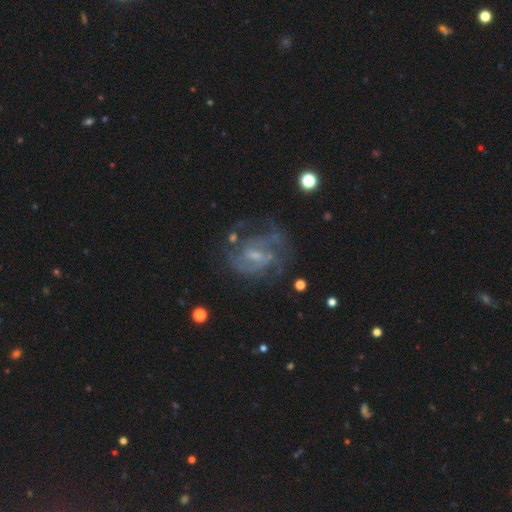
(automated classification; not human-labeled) This is likely a featured or disk galaxy (80%). It is clearly not viewed edge-on (97%). Bar: possibly weak (56%). Spiral arm pattern: clearly yes (86%). Spiral arm count: marginally can't tell (35%). Spiral winding: possibly medium (46%). Central bulge: possibly small (53%). Merging: possibly none (60%).